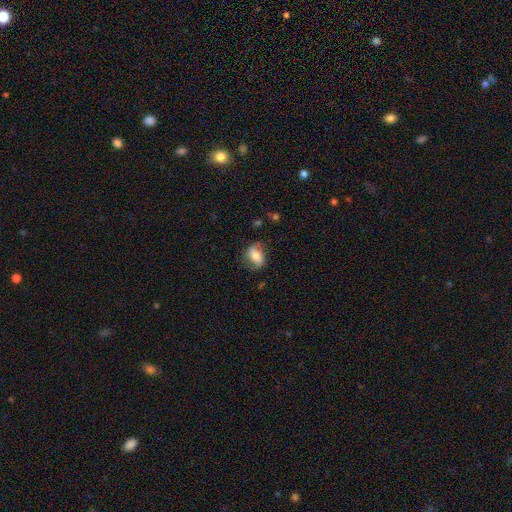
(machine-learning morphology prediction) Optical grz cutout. It shows a smooth galaxy with no disk features (65%) that is in between round and cigar-shaped (77%). Merging: none (68%).